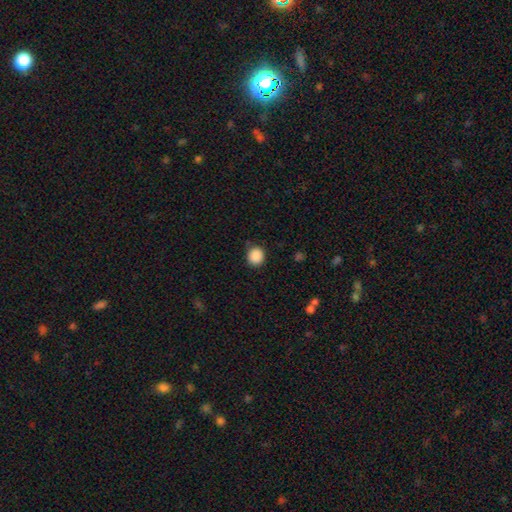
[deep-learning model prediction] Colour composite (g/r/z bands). It shows a smooth galaxy with no disk features (88%) that is round (81%). Merging: none (84%).